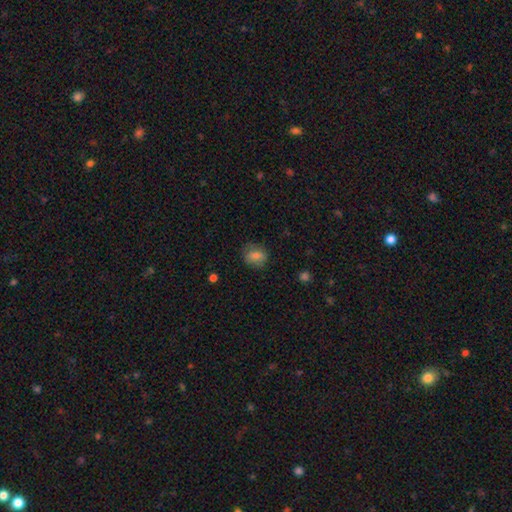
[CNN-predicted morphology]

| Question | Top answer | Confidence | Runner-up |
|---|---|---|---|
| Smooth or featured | smooth | 75% | featured or disk (14%) |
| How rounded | round | 57% | in between (41%) |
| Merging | none | 74% | minor disturbance (18%) |